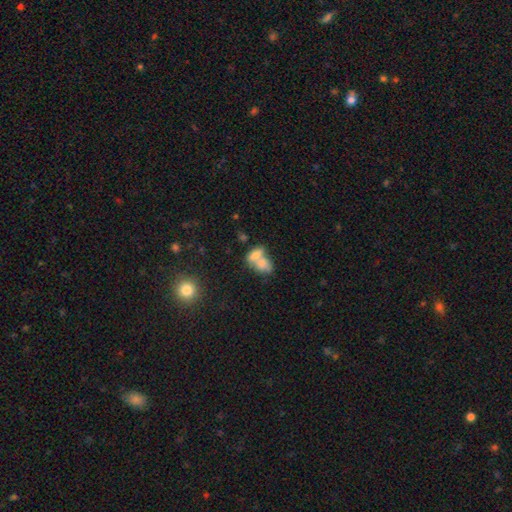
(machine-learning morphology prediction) Smooth or featured?
  - smooth: 75% *
  - featured or disk: 15%
  - star or artifact: 10%
How rounded?
  - in between: 81% *
  - round: 16%
  - cigar-shaped: 3%
Merging?
  - merger: 68% *
  - none: 21%
  - minor disturbance: 7%
  - major disturbance: 4%